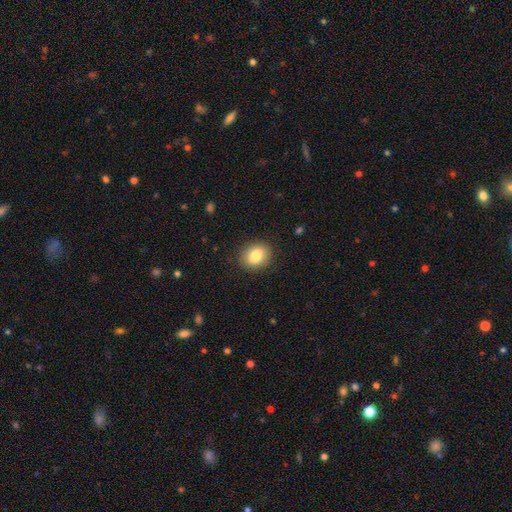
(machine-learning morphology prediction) smooth 82%, featured or disk 9%, star or artifact 9%. Down the decision tree: how rounded — round (64%); merging — none (88%).